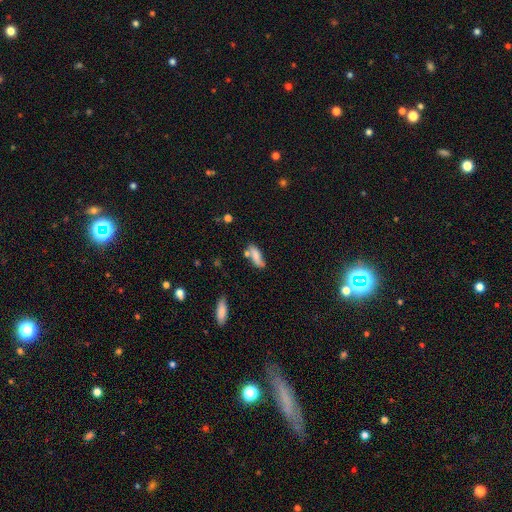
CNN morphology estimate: Smooth or featured? Predicted: smooth (p=0.74). How rounded? Predicted: in between (p=0.63). Merging? Predicted: none (p=0.58).